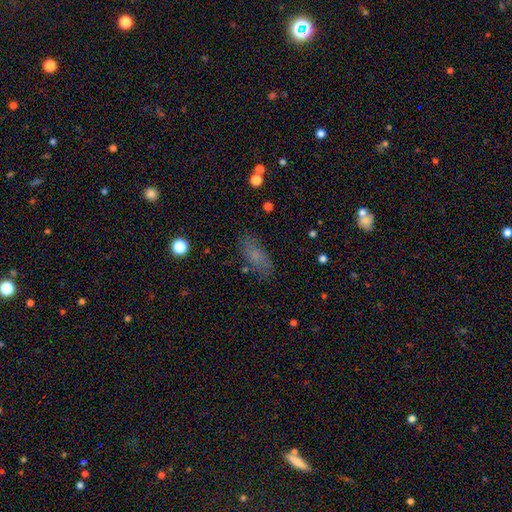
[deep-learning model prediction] Smooth or featured?
  - smooth: 67% *
  - featured or disk: 19%
  - star or artifact: 13%
How rounded?
  - in between: 77% *
  - cigar-shaped: 19%
  - round: 4%
Merging?
  - none: 78% *
  - minor disturbance: 15%
  - major disturbance: 5%
  - merger: 2%